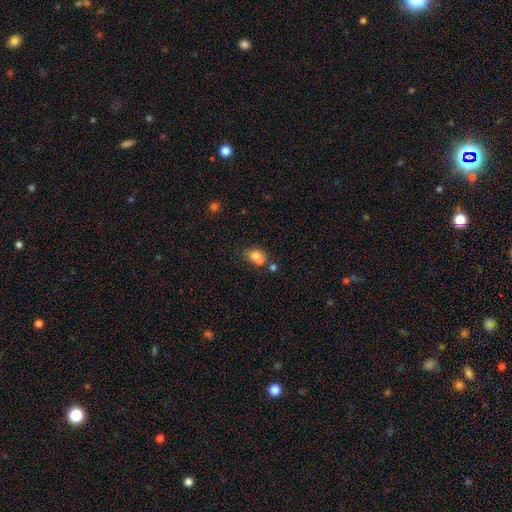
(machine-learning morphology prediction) This is likely a smooth galaxy (71%). How rounded: possibly in between (55%). Merging: possibly merger (50%).